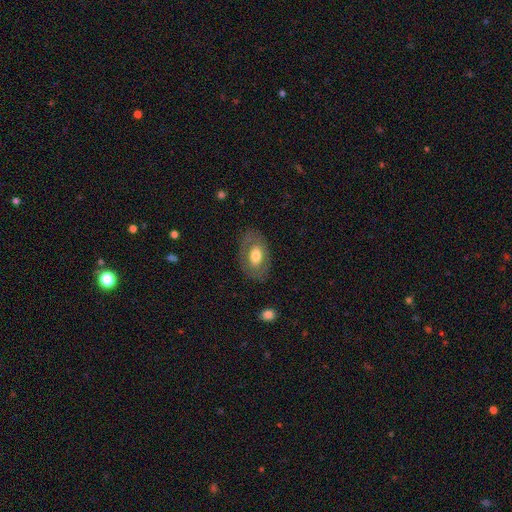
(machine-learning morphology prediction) This is possibly a smooth galaxy (55%). How rounded: clearly in between (86%). Merging: clearly none (80%).